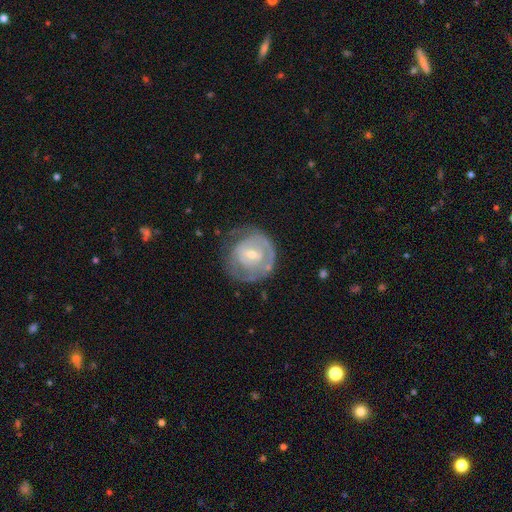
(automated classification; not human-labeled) A featured or disk galaxy (69%) with no bar (56%), spiral arms (64%) and a small central bulge (56%). Merging: none (58%).